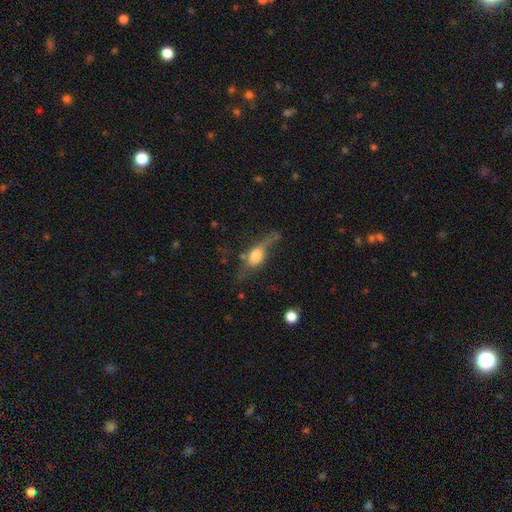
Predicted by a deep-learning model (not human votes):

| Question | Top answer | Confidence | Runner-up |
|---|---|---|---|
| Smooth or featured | smooth | 49% | featured or disk (42%) |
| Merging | none | 39% | major disturbance (29%) |